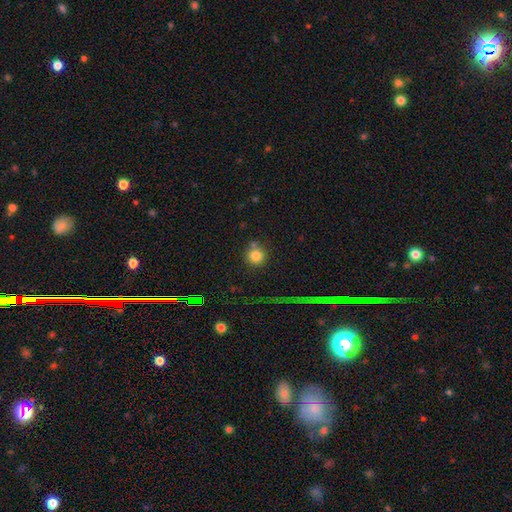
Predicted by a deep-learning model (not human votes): This appears to be a smooth galaxy with no disk features (81%) that is round (93%). Merging: none (73%).